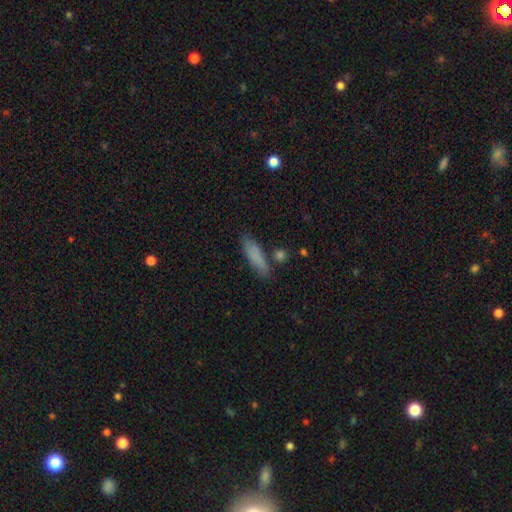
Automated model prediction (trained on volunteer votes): This appears to be a smooth galaxy with no disk features (82%) that is cigar-shaped (64%). Merging: none (78%).